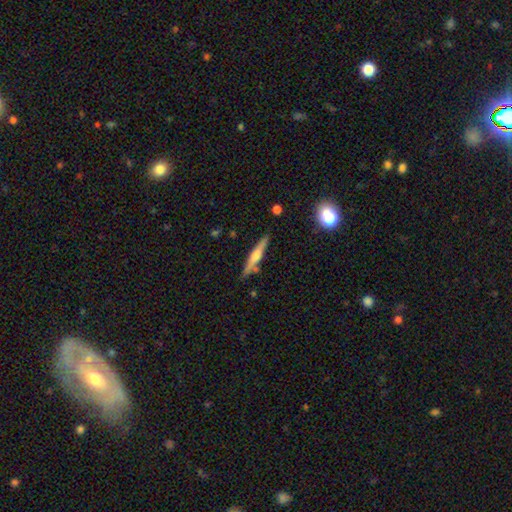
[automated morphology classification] This appears to be a featured or disk galaxy (55%) viewed edge-on (96%) with a rounded central bulge (79%). Merging: none (84%).